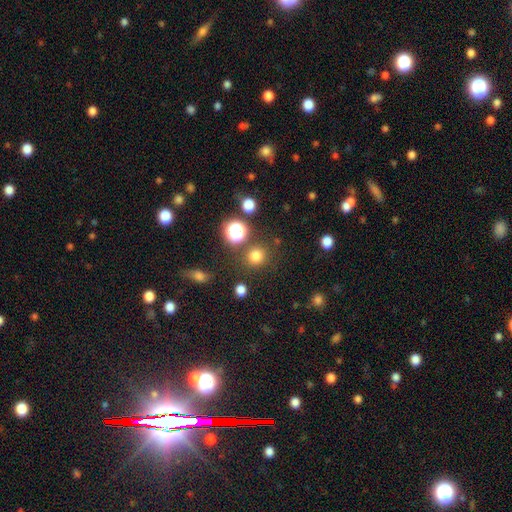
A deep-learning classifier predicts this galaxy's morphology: Smooth or featured: smooth — 75% (star or artifact — 19%)
How rounded: round — 89% (in between — 10%)
Merging: none — 82% (minor disturbance — 9%)